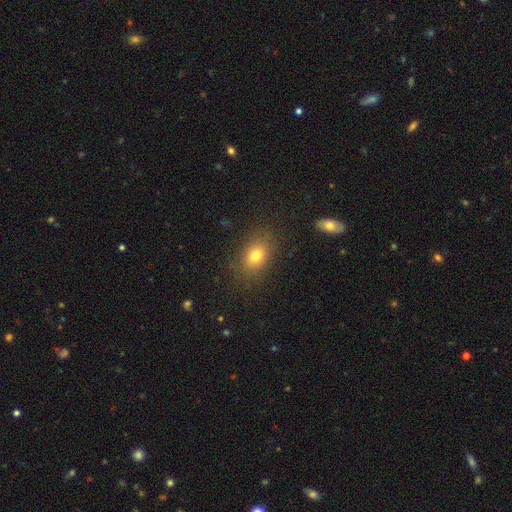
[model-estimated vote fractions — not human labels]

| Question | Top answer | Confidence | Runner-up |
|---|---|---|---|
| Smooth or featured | smooth | 76% | star or artifact (13%) |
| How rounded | in between | 71% | round (27%) |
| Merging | none | 83% | minor disturbance (11%) |